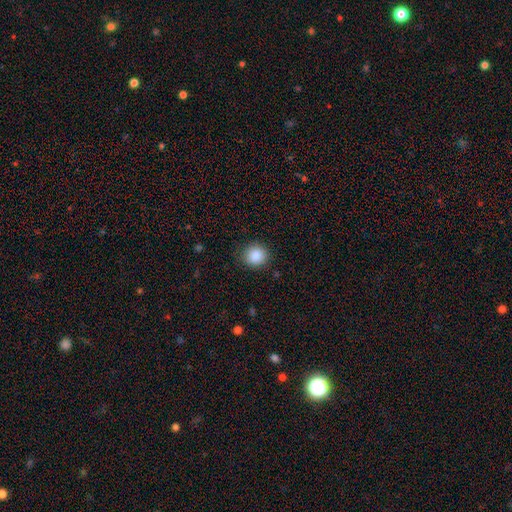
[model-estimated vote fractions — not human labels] Smooth or featured?
  - smooth: 88% *
  - star or artifact: 9%
  - featured or disk: 3%
How rounded?
  - round: 88% *
  - in between: 11%
  - cigar-shaped: 1%
Merging?
  - none: 88% *
  - minor disturbance: 8%
  - major disturbance: 3%
  - merger: 1%